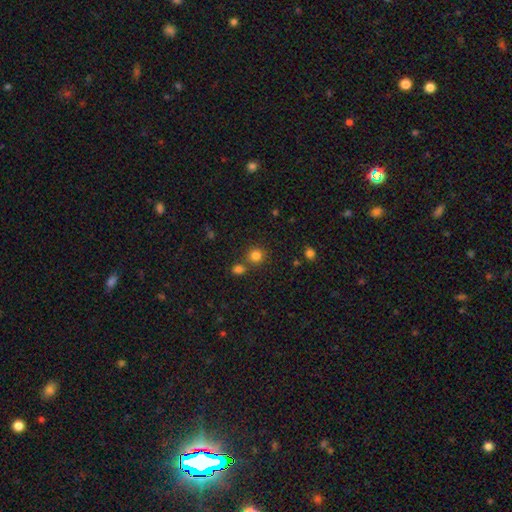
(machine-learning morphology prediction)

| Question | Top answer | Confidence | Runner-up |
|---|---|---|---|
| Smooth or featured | smooth | 81% | star or artifact (14%) |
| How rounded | round | 91% | in between (9%) |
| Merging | none | 71% | merger (19%) |